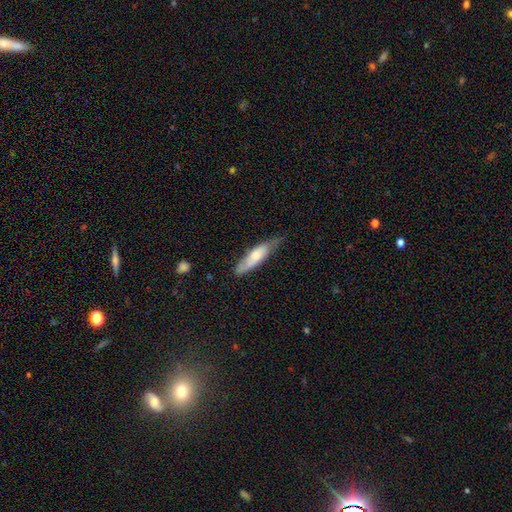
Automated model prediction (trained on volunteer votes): A smooth galaxy with no disk features (63%) that is cigar-shaped (65%).

Vote fractions:
- Smooth or featured? smooth: 63% / featured or disk: 32% / star or artifact: 5%
- How rounded? cigar-shaped: 65% / in between: 33% / round: 2%
- Merging? none: 60% / minor disturbance: 31% / major disturbance: 6% / merger: 2%